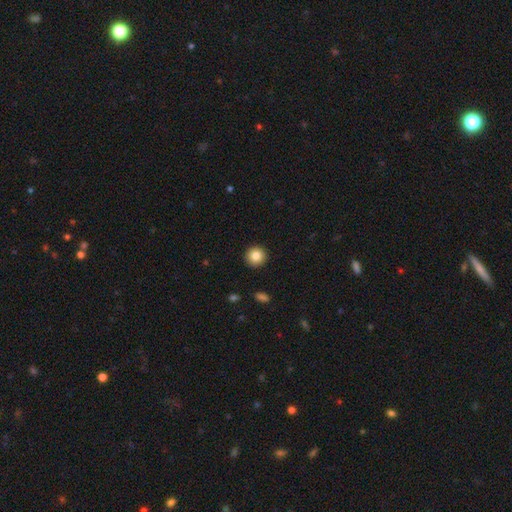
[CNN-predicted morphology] Overall: smooth (84%). How rounded: round (95%). Merging: none (93%).